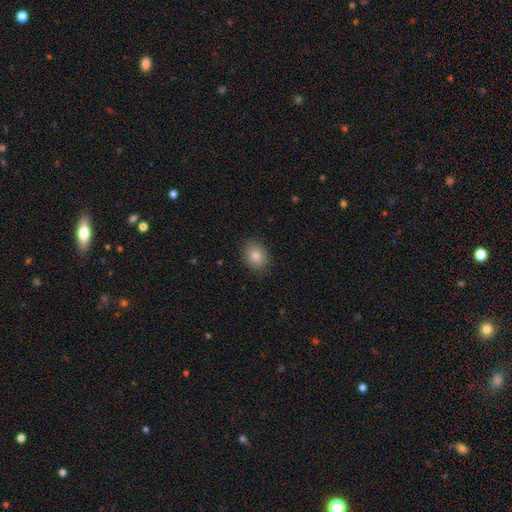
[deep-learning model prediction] smooth_or_featured: smooth (p=0.82) [alt: star or artifact p=0.10]
how_rounded: in between (p=0.52) [alt: round p=0.47]
merging: none (p=0.89) [alt: minor disturbance p=0.08]